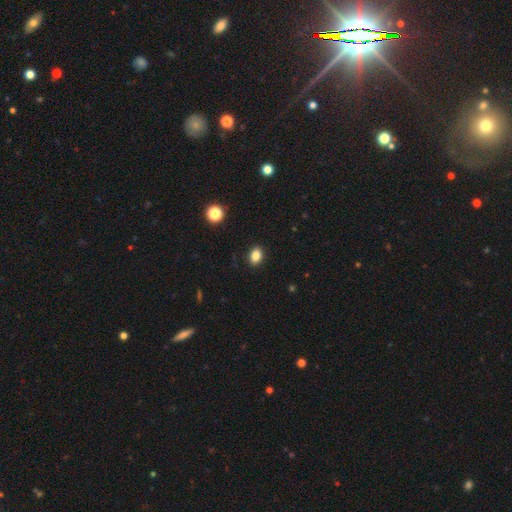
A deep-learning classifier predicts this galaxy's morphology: smooth 85%, star or artifact 10%, featured or disk 5%. Down the decision tree: how rounded — in between (71%); merging — none (90%).